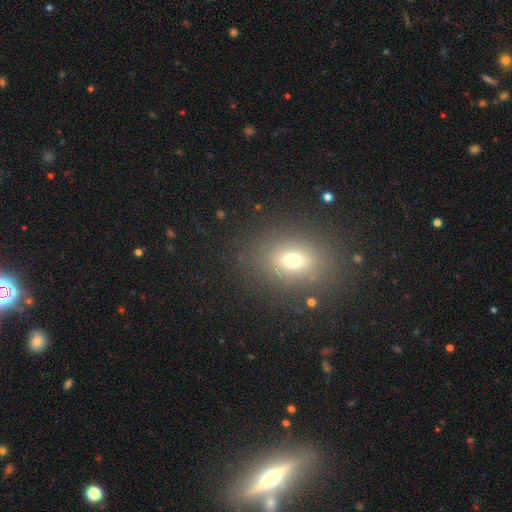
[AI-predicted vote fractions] smooth_or_featured: smooth (p=0.61) [alt: star or artifact p=0.25]
how_rounded: in between (p=0.64) [alt: round p=0.33]
merging: none (p=0.88) [alt: minor disturbance p=0.07]